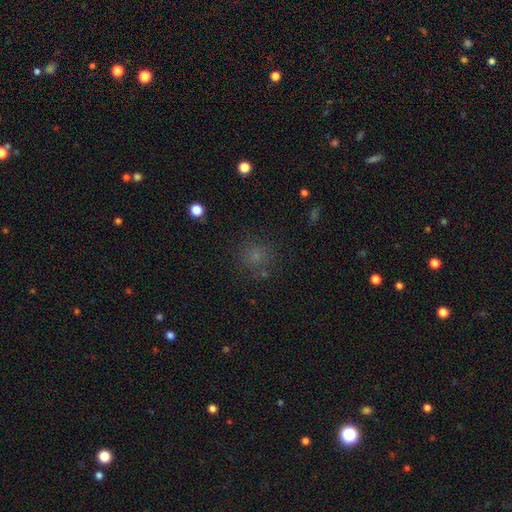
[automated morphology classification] type=smooth (69%); roundness=round (90%); merging=none (81%).